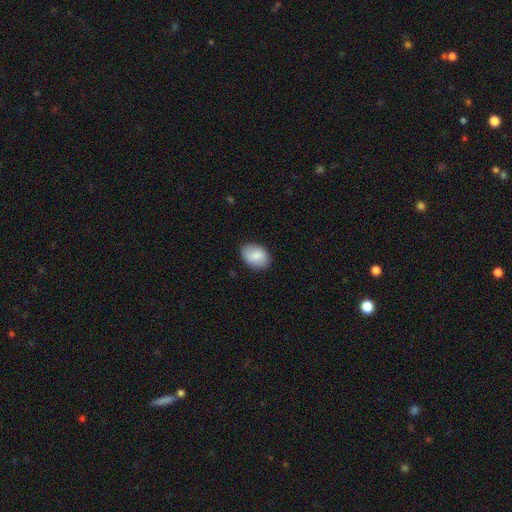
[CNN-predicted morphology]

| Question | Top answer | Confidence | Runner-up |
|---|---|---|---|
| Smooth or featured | smooth | 83% | featured or disk (11%) |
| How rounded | in between | 82% | round (17%) |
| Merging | none | 83% | minor disturbance (14%) |